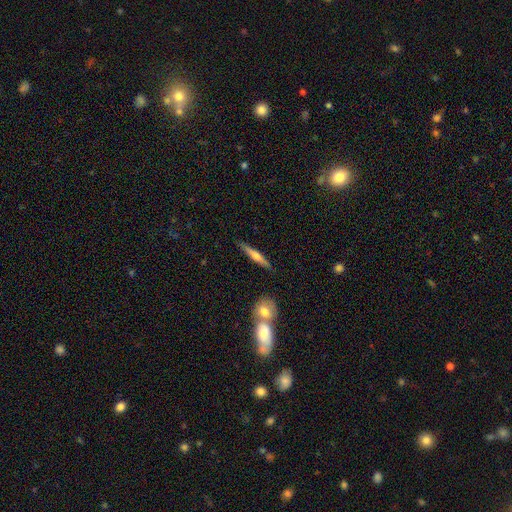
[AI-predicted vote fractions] Morphology: type=featured or disk (56%); edge-on=yes (96%); edge-on bulge=rounded (86%); merging=none (87%).